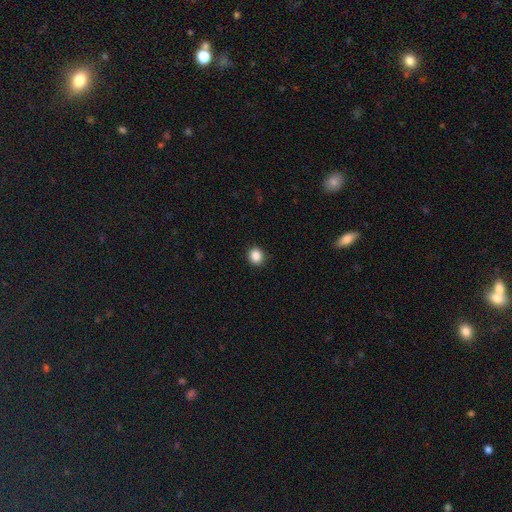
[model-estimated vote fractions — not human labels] smooth 87%, star or artifact 10%, featured or disk 3%. Down the decision tree: how rounded — round (83%); merging — none (91%).